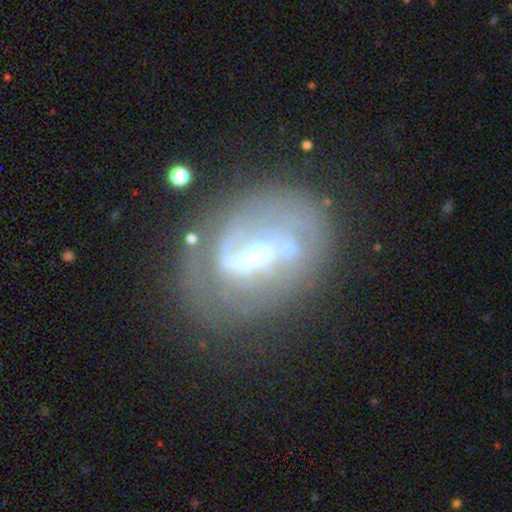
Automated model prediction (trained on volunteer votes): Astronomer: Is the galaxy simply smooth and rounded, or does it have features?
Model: featured or disk — 67%.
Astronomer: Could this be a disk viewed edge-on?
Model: no — 94%.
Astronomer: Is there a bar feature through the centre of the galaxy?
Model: strong — 39% (runner-up: weak, 36%).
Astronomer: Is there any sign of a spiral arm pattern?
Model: yes — 54% (runner-up: no, 46%).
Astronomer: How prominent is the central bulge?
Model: moderate — 37% (runner-up: small, 30%).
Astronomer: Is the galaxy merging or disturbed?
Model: none — 47% (runner-up: major disturbance, 23%).